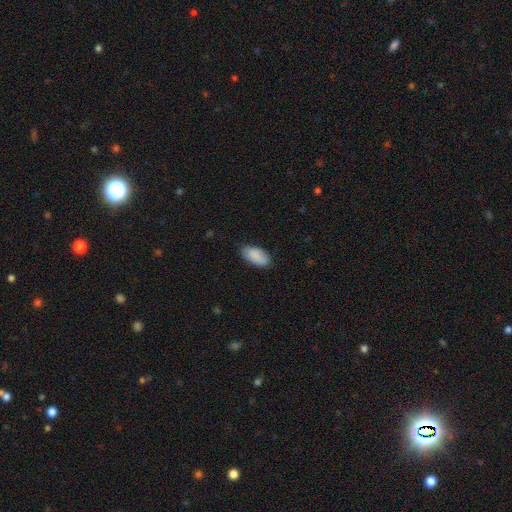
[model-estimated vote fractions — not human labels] Smooth or featured? Predicted: smooth (p=0.87). How rounded? Predicted: in between (p=0.94). Merging? Predicted: none (p=0.76).